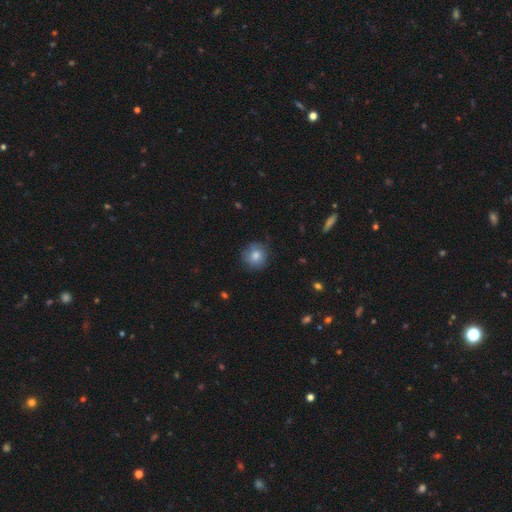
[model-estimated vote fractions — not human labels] Morphology: type=smooth (79%); roundness=round (91%); merging=none (78%).